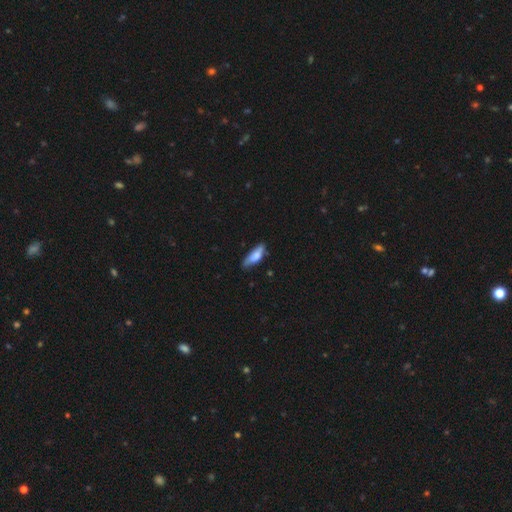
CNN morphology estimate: The model was most divided on "how rounded": in between: 53%, cigar-shaped: 45%, round: 2%. More confident: smooth or featured — smooth (72%); merging — none (61%).